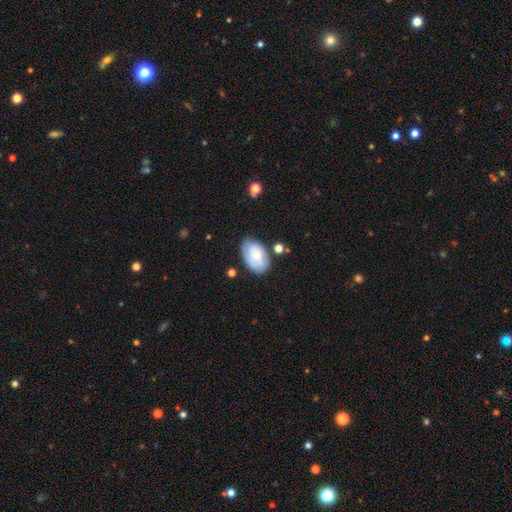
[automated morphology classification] Overall: featured or disk (48%; smooth 45%). Merging: none (69%).